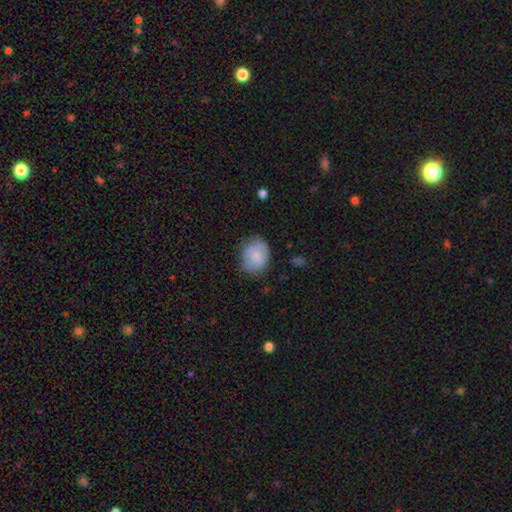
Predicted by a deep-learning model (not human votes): Smooth or featured? Predicted: smooth (p=0.77). How rounded? Predicted: round (p=0.52). Merging? Predicted: none (p=0.71).